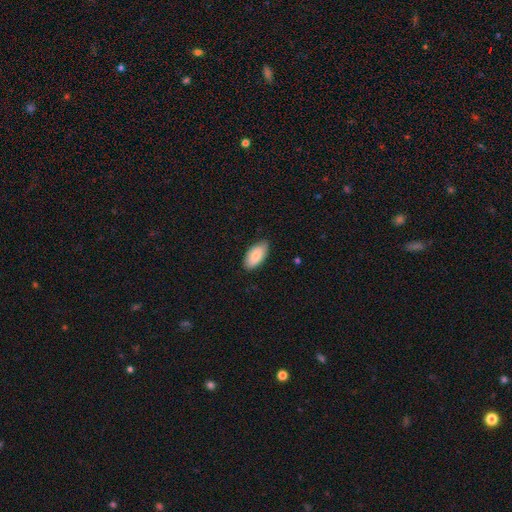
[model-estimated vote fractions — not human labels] This appears to be a smooth galaxy with no disk features (84%) that is in between round and cigar-shaped (94%). Merging: none (80%).